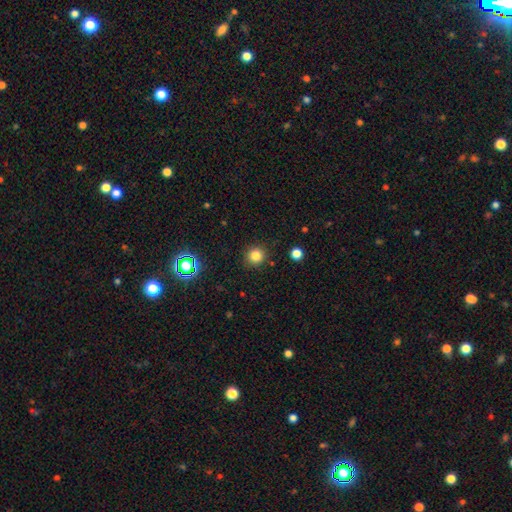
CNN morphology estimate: A smooth galaxy with no disk features (81%) that is round (92%).

Vote fractions:
- Smooth or featured? smooth: 81% / star or artifact: 14% / featured or disk: 5%
- How rounded? round: 92% / in between: 7% / cigar-shaped: 1%
- Merging? none: 90% / minor disturbance: 6% / major disturbance: 2% / merger: 2%